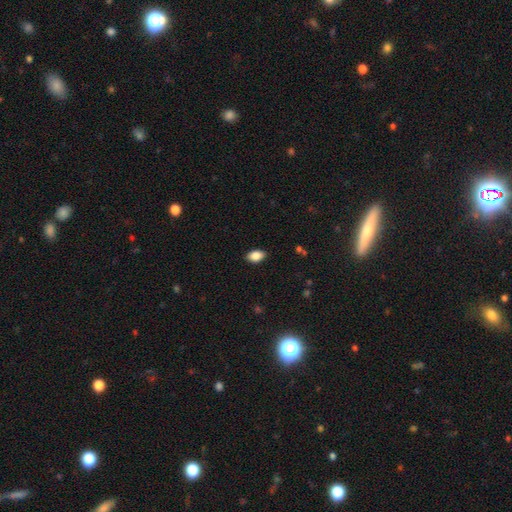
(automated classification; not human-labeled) smooth_or_featured: smooth (p=0.87) [alt: star or artifact p=0.08]
how_rounded: in between (p=0.90) [alt: round p=0.08]
merging: none (p=0.86) [alt: minor disturbance p=0.11]